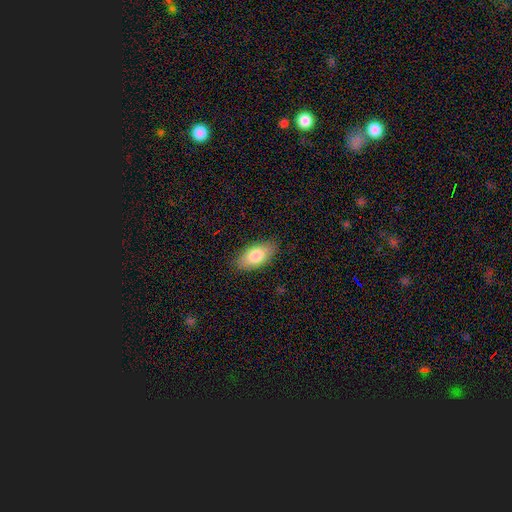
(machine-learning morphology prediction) The model was most divided on "smooth or featured": smooth: 80%, featured or disk: 13%, star or artifact: 6%. More confident: how rounded — in between (92%); merging — none (86%).